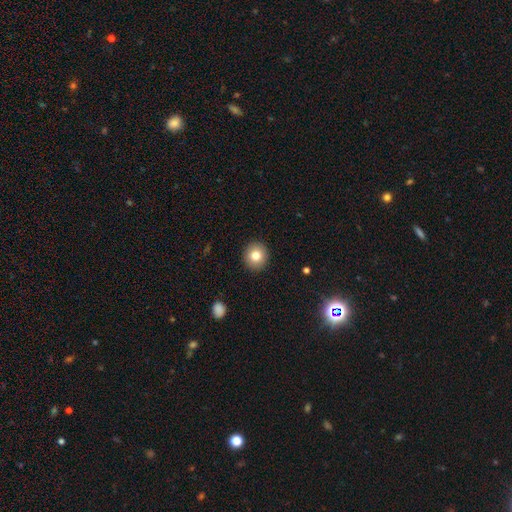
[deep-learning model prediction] smooth_or_featured: smooth (p=0.79) [alt: featured or disk p=0.11]
how_rounded: round (p=0.88) [alt: in between p=0.11]
merging: none (p=0.91) [alt: minor disturbance p=0.06]